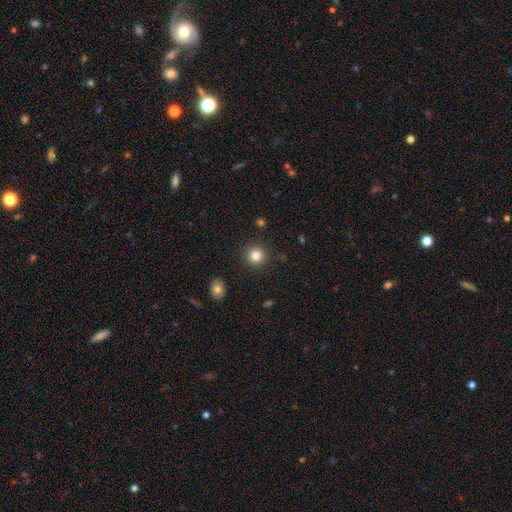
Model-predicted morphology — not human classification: Q: Smooth or featured?
A: smooth (83%); runner-up: star or artifact (11%)
Q: How rounded?
A: round (93%); runner-up: in between (6%)
Q: Merging?
A: none (90%); runner-up: minor disturbance (6%)